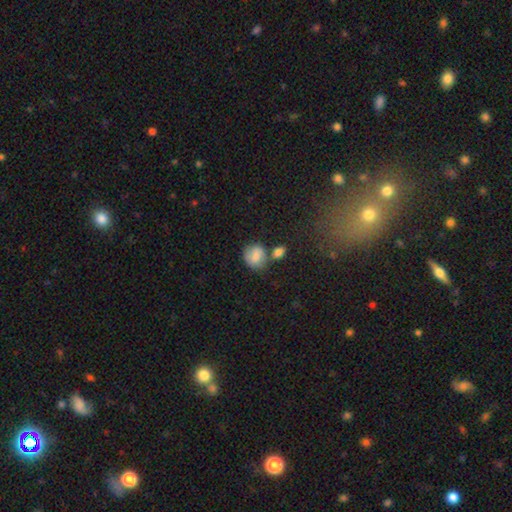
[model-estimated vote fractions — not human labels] smooth 78%, featured or disk 14%, star or artifact 8%. Down the decision tree: how rounded — round (73%); merging — none (52%).